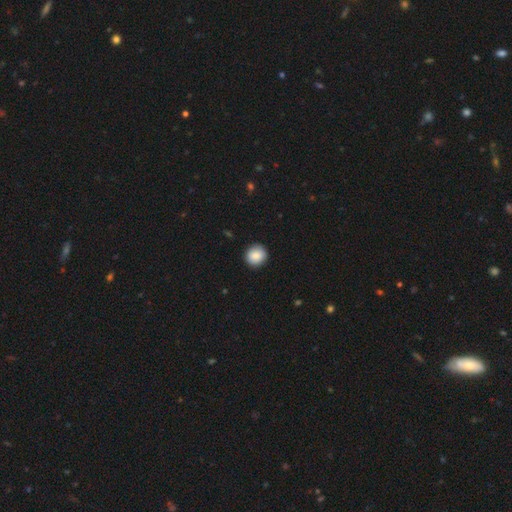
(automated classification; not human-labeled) Smooth or featured?
  - smooth: 86% *
  - star or artifact: 7%
  - featured or disk: 6%
How rounded?
  - round: 88% *
  - in between: 11%
  - cigar-shaped: 1%
Merging?
  - none: 90% *
  - minor disturbance: 7%
  - major disturbance: 2%
  - merger: 1%